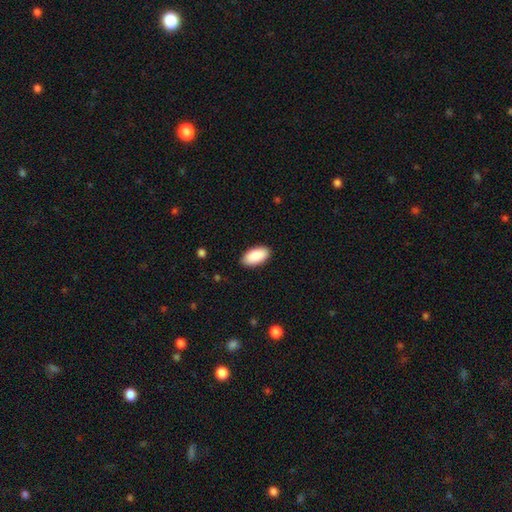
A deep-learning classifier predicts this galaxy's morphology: This appears to be a smooth galaxy with no disk features (91%) that is in between round and cigar-shaped (95%). Merging: none (89%).